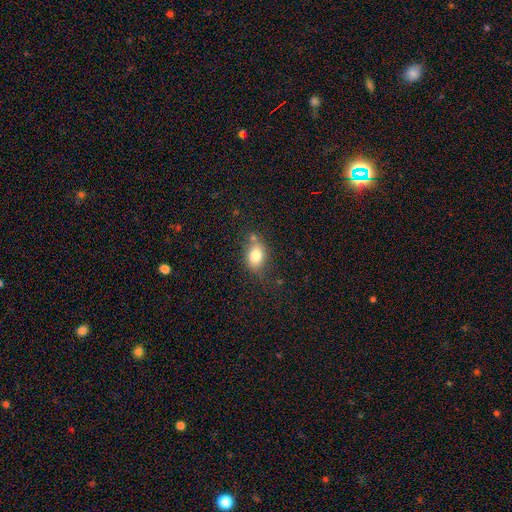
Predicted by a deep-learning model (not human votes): Smooth or featured: smooth — 80% (featured or disk — 11%)
How rounded: in between — 70% (round — 29%)
Merging: none — 65% (minor disturbance — 18%)